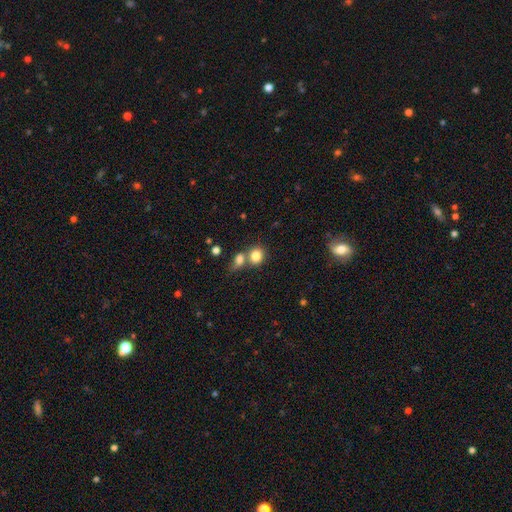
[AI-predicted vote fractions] A smooth galaxy with no disk features (81%) that is round (67%).

Vote fractions:
- Smooth or featured? smooth: 81% / star or artifact: 10% / featured or disk: 9%
- How rounded? round: 67% / in between: 31% / cigar-shaped: 1%
- Merging? none: 44% / merger: 43% / minor disturbance: 9% / major disturbance: 4%